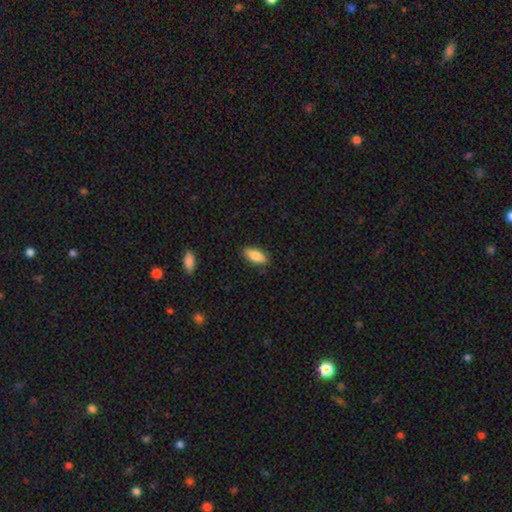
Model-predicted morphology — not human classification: This is clearly a smooth galaxy (83%). How rounded: likely in between (77%). Merging: clearly none (87%).